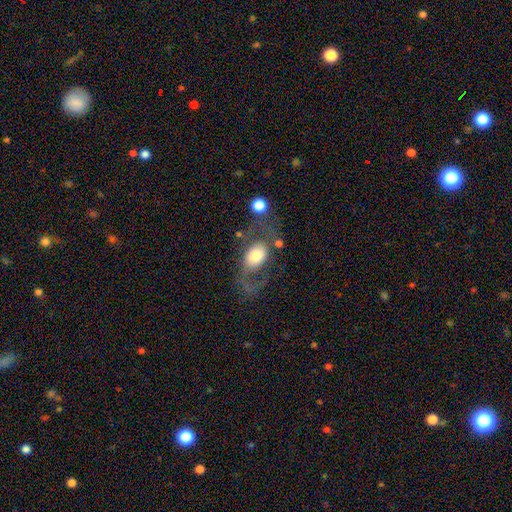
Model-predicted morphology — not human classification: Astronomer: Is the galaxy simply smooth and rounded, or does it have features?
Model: smooth — 51% (runner-up: featured or disk, 42%).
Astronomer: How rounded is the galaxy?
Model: in between — 74%.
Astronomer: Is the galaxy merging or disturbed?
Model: none — 46% (runner-up: major disturbance, 29%).